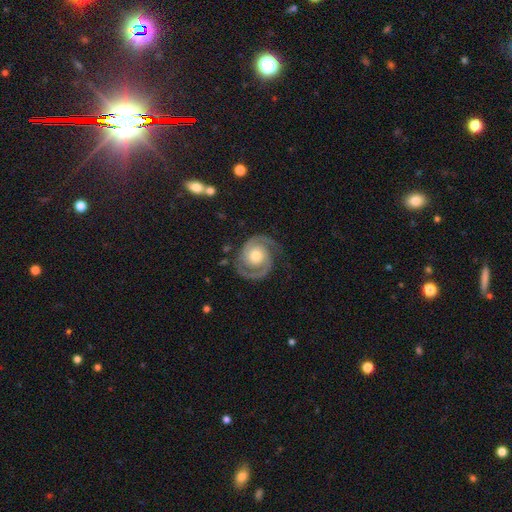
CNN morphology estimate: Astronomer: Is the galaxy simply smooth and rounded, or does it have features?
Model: featured or disk — 90%.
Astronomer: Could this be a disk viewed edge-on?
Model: no — 98%.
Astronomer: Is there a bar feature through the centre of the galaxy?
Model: no — 75%.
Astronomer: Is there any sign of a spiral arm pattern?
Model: yes — 97%.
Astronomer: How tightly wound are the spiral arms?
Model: tight — 52% (runner-up: medium, 40%).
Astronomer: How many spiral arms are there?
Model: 2 — 91%.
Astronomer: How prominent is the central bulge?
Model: moderate — 69%.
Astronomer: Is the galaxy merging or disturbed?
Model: none — 79%.